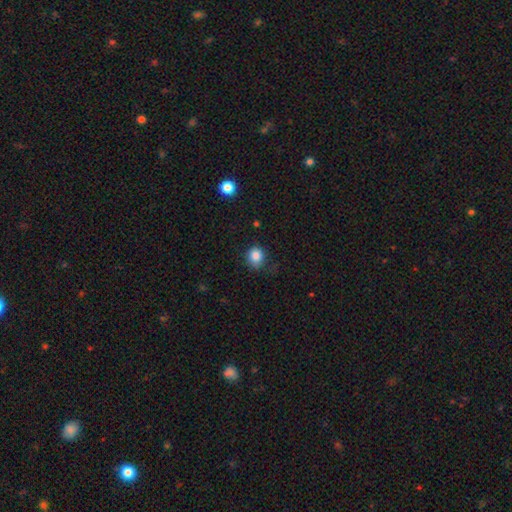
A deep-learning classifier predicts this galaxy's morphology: smooth_or_featured: smooth (p=0.85) [alt: star or artifact p=0.10]
how_rounded: round (p=0.82) [alt: in between p=0.18]
merging: none (p=0.66) [alt: minor disturbance p=0.25]